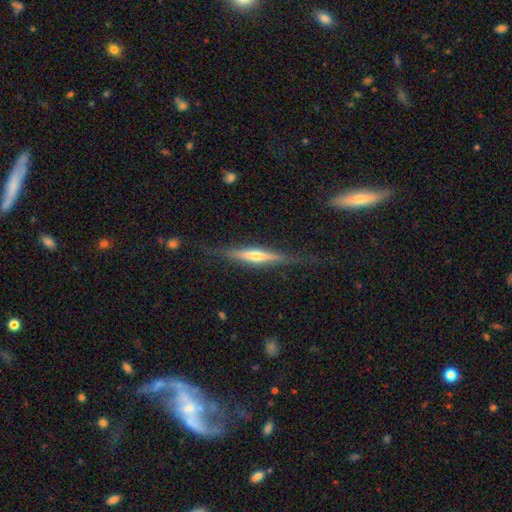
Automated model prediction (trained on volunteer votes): Overall: featured or disk (71%). Edge-on disk: yes (96%). Edge-on bulge: rounded (74%). Merging: none (79%).